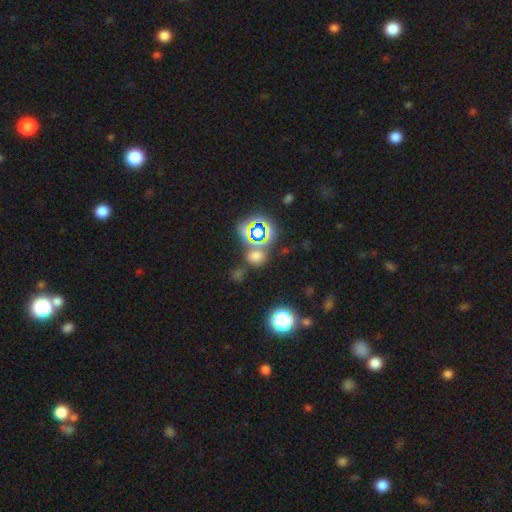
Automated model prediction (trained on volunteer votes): Smooth or featured? smooth (48%)
Merging? none (63%)